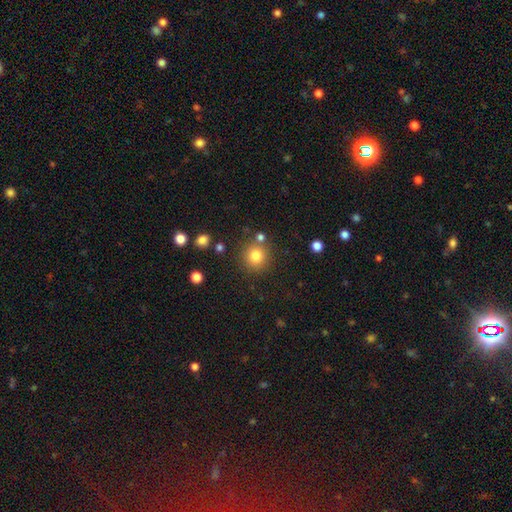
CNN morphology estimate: Overall: smooth (81%). How rounded: round (93%). Merging: none (81%).